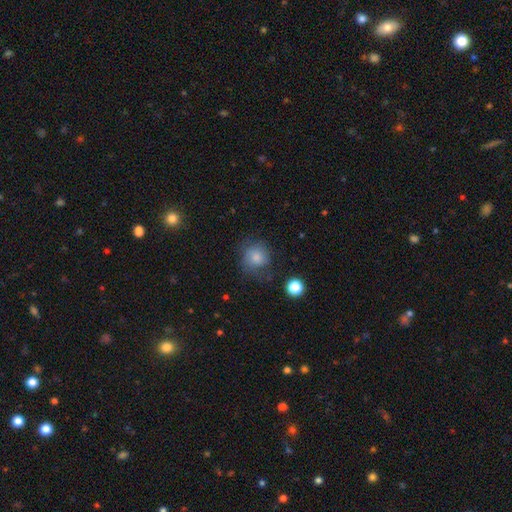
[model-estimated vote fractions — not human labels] smooth-or-featured: smooth: 76% | featured or disk: 13% | star or artifact: 11%
  how-rounded: round: 84% | in between: 16% | cigar-shaped: 1%
  merging: none: 64% | minor disturbance: 23% | major disturbance: 11% | merger: 2%